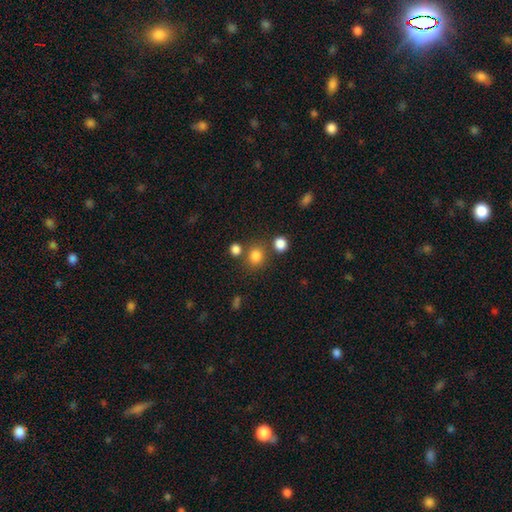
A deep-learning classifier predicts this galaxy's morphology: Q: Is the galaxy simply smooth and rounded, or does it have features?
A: smooth — 81%.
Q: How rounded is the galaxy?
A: round — 80%.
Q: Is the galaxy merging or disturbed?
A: none — 72%.